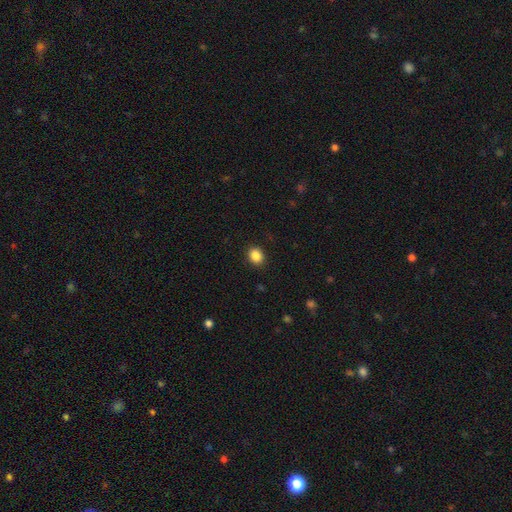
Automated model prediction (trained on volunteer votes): smooth_or_featured: smooth (p=0.86) [alt: star or artifact p=0.10]
how_rounded: round (p=0.59) [alt: in between p=0.40]
merging: none (p=0.90) [alt: minor disturbance p=0.07]